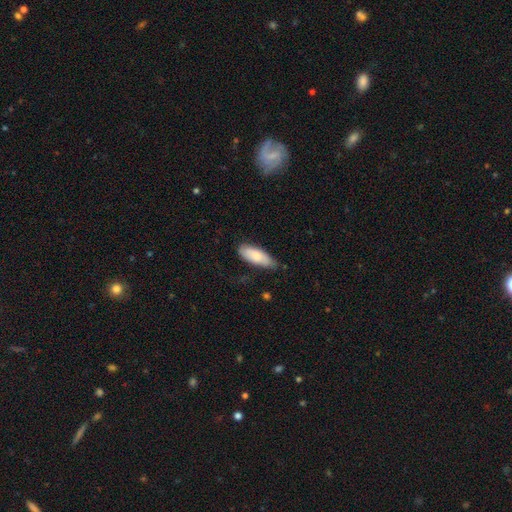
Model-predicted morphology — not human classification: Q: Smooth or featured?
A: smooth (80%); runner-up: featured or disk (15%)
Q: How rounded?
A: in between (71%); runner-up: cigar-shaped (28%)
Q: Merging?
A: none (68%); runner-up: minor disturbance (27%)